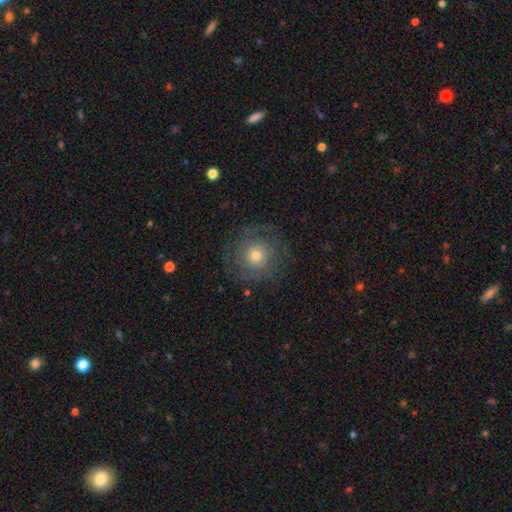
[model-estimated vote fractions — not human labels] smooth_or_featured: smooth (p=0.49) [alt: featured or disk p=0.39]
merging: none (p=0.80) [alt: minor disturbance p=0.11]